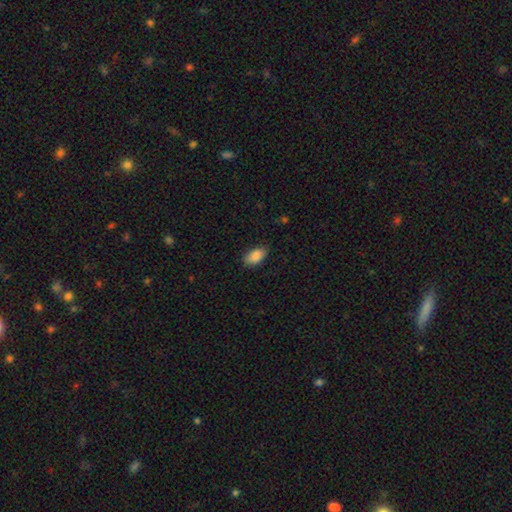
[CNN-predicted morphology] smooth 87%, star or artifact 7%, featured or disk 6%. Down the decision tree: how rounded — in between (92%); merging — none (84%).